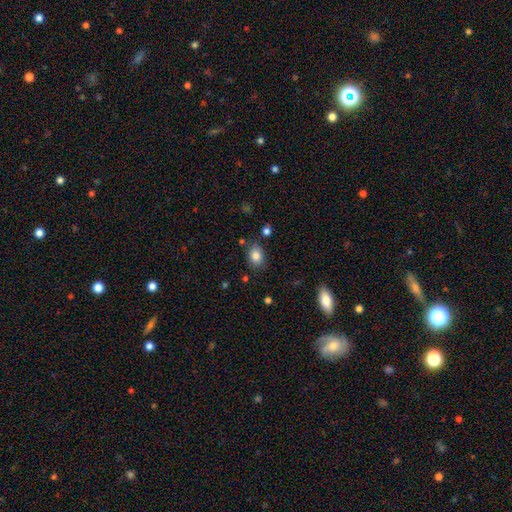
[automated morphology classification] Q: Smooth or featured?
A: smooth (84%); runner-up: star or artifact (9%)
Q: How rounded?
A: in between (68%); runner-up: round (31%)
Q: Merging?
A: none (79%); runner-up: minor disturbance (13%)